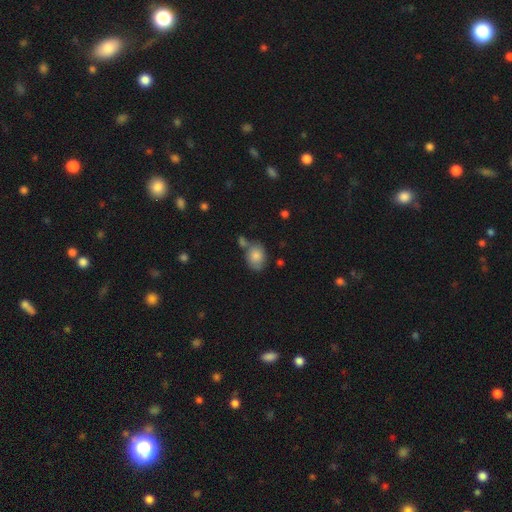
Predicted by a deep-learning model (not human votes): Smooth or featured? Predicted: smooth (p=0.81). How rounded? Predicted: in between (p=0.66). Merging? Predicted: none (p=0.55).